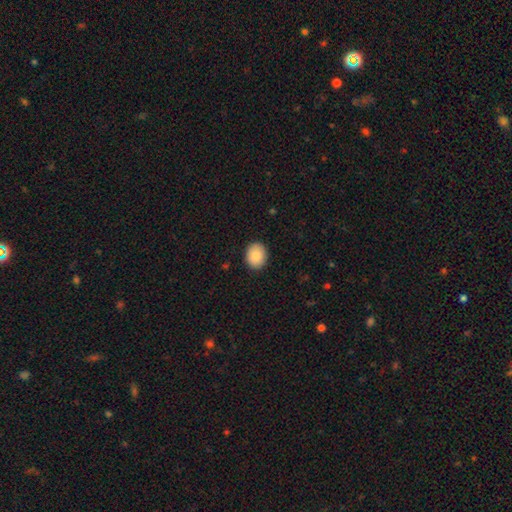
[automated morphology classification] Smooth or featured? smooth (86%)
How rounded? round (54%)
Merging? none (90%)